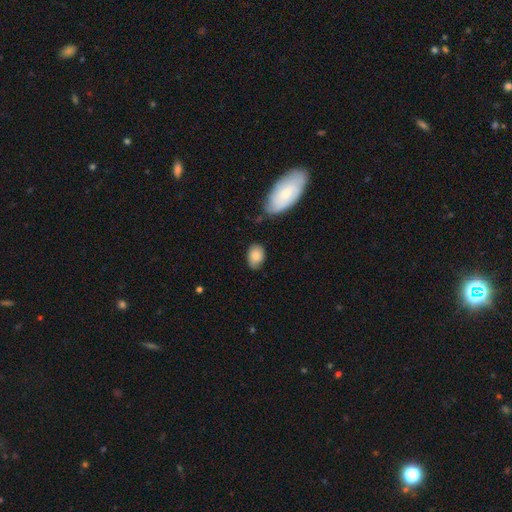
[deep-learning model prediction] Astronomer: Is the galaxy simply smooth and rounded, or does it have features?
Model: smooth — 85%.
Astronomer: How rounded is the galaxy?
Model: in between — 80%.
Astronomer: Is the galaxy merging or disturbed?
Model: none — 72%.